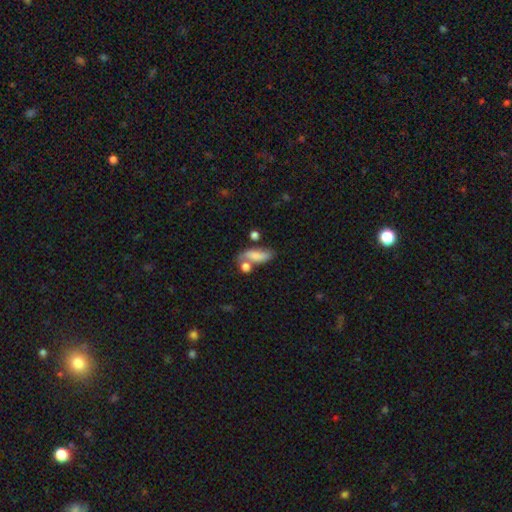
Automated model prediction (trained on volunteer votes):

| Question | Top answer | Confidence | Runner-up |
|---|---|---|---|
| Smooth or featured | smooth | 73% | featured or disk (19%) |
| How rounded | in between | 71% | cigar-shaped (24%) |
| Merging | none | 47% | merger (25%) |